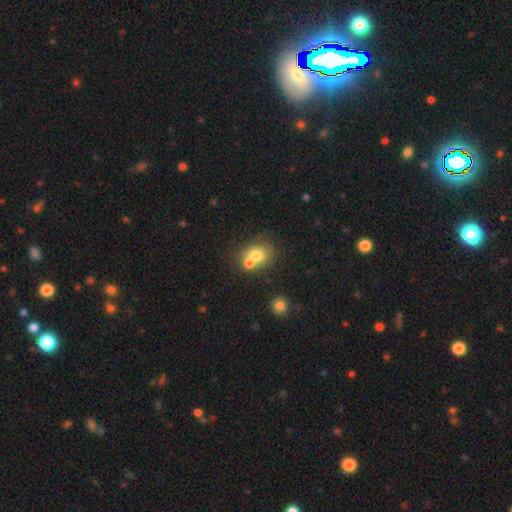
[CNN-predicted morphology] A smooth galaxy with no disk features (73%) that is round (67%). Merging: merger (44%).